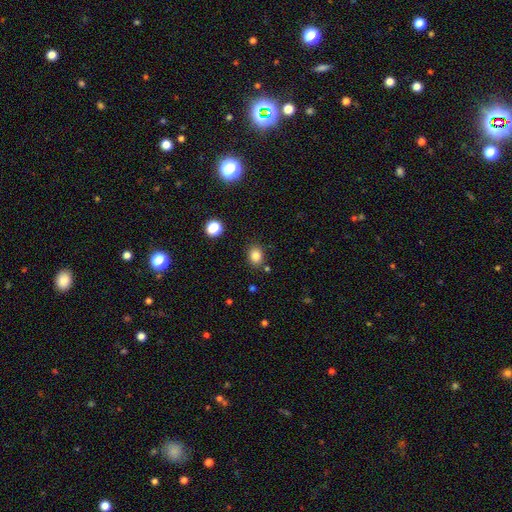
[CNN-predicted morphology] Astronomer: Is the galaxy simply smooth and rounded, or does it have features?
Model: smooth — 83%.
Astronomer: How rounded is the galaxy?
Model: in between — 50% (runner-up: round, 49%).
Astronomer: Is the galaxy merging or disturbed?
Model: none — 82%.